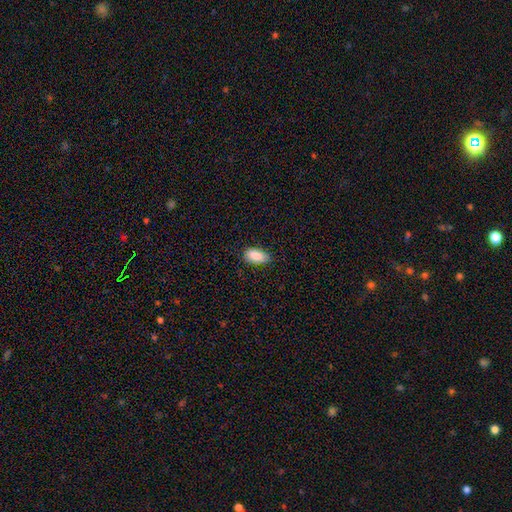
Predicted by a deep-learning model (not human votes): Smooth or featured? Predicted: smooth (p=0.88). How rounded? Predicted: in between (p=0.93). Merging? Predicted: none (p=0.76).